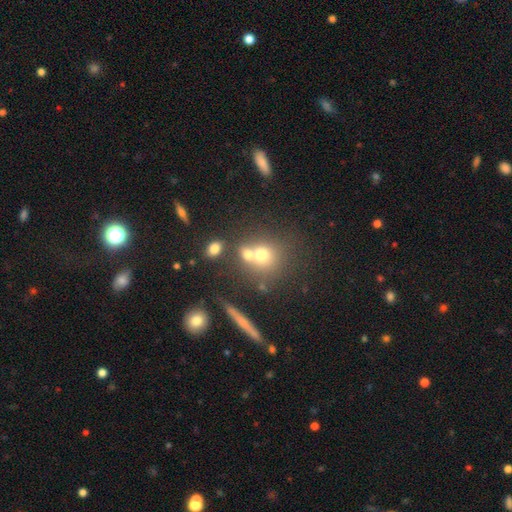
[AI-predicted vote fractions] Smooth or featured? Predicted: smooth (p=0.61). How rounded? Predicted: round (p=0.77). Merging? Predicted: none (p=0.45).